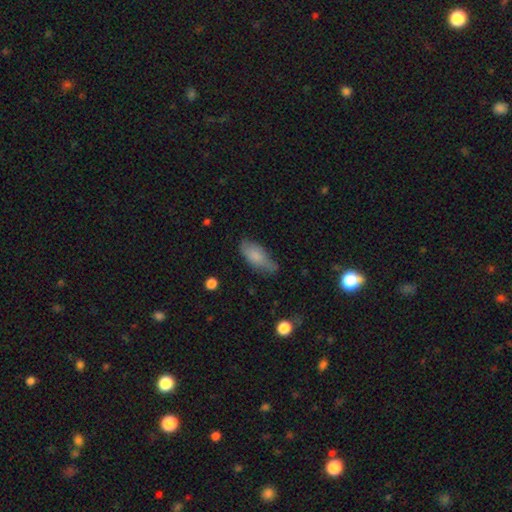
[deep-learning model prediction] smooth-or-featured: smooth: 78% | featured or disk: 15% | star or artifact: 7%
  how-rounded: in between: 81% | cigar-shaped: 17% | round: 3%
  merging: none: 57% | minor disturbance: 32% | major disturbance: 9% | merger: 2%